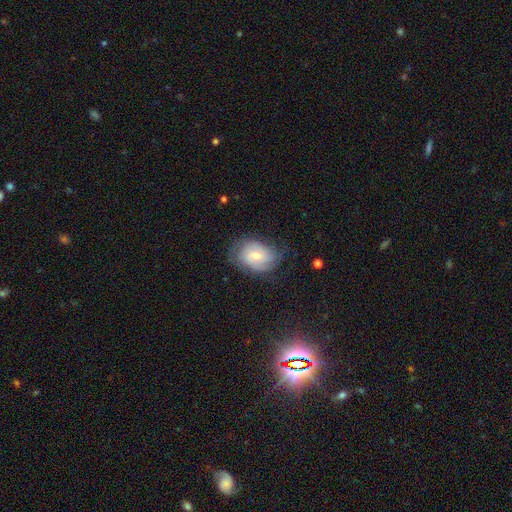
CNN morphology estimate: This is possibly a featured or disk galaxy (57%). It is clearly not viewed edge-on (96%). Bar: possibly no (56%). Spiral arm pattern: clearly yes (84%). Central bulge: possibly moderate (50%). Merging: likely none (62%).